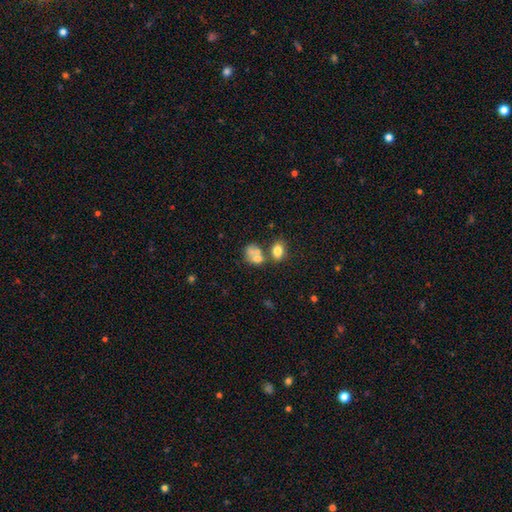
This is possibly a featured or disk galaxy (50%). It is clearly not viewed edge-on (95%). Bar: clearly no (94%). Spiral arm pattern: clearly no (100%). Central bulge: marginally none (33%). Merging: possibly merger (56%).